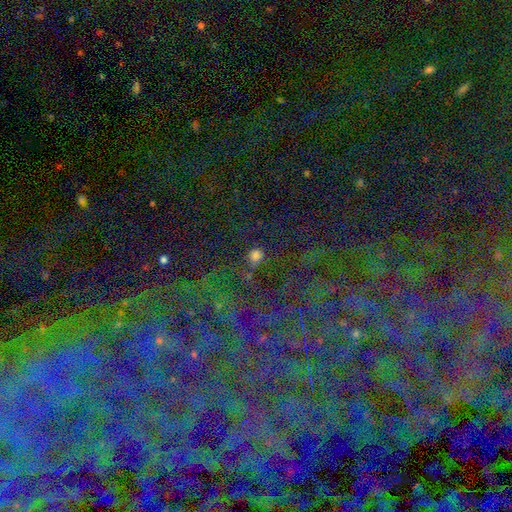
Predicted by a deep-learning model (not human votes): Overall: smooth (70%). How rounded: round (89%). Merging: none (72%).